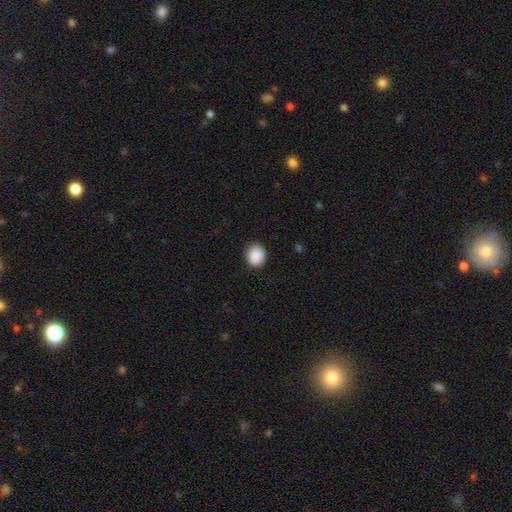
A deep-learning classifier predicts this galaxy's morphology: smooth 90%, star or artifact 8%, featured or disk 3%. Down the decision tree: how rounded — round (72%); merging — none (88%).